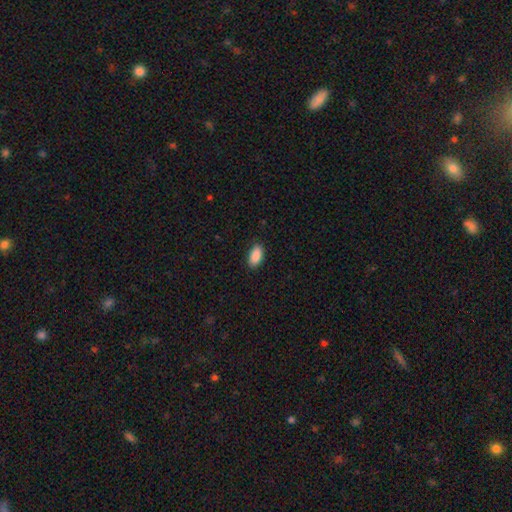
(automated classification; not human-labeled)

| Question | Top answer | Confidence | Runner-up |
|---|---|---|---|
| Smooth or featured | smooth | 90% | star or artifact (7%) |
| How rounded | in between | 94% | round (3%) |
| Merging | none | 88% | minor disturbance (9%) |